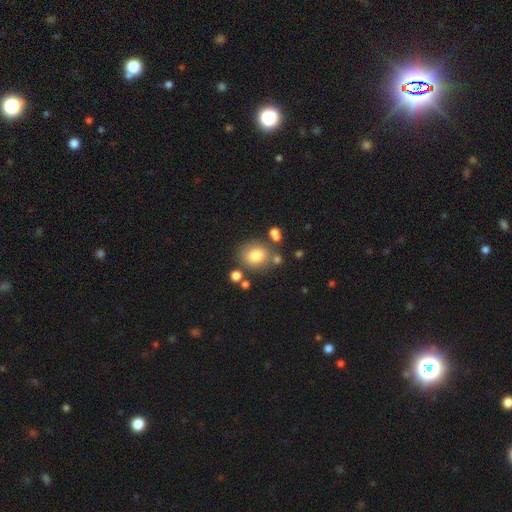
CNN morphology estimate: smooth 77%, star or artifact 12%, featured or disk 11%. Down the decision tree: how rounded — round (74%); merging — none (72%).